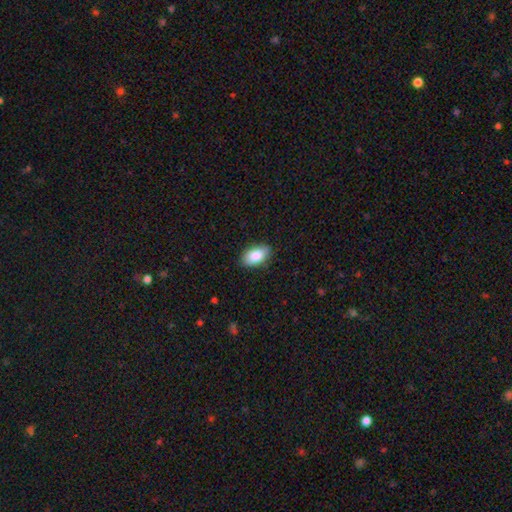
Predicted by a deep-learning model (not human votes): The model was most divided on "smooth or featured": smooth: 84%, featured or disk: 9%, star or artifact: 7%. More confident: how rounded — in between (93%); merging — none (86%).